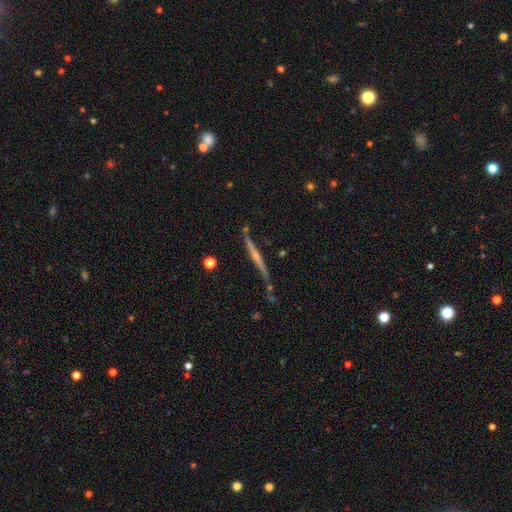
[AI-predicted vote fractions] Smooth or featured? Predicted: featured or disk (p=0.71). Edge-on disk? Predicted: yes (p=0.96). Edge-on bulge? Predicted: rounded (p=0.49). Merging? Predicted: none (p=0.71).